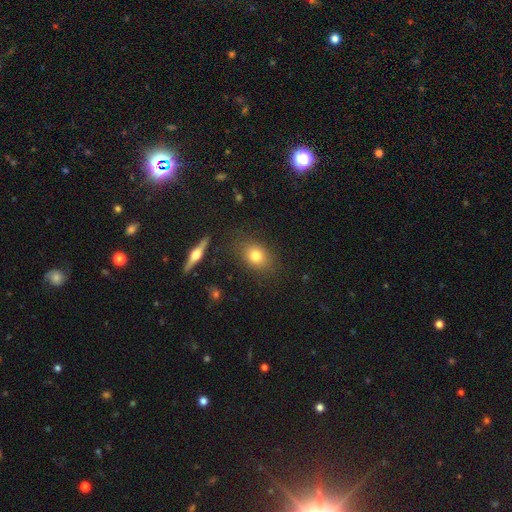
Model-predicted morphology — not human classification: A smooth galaxy with no disk features (76%) that is in between round and cigar-shaped (63%).

Vote fractions:
- Smooth or featured? smooth: 76% / featured or disk: 14% / star or artifact: 10%
- How rounded? in between: 63% / round: 34% / cigar-shaped: 3%
- Merging? none: 82% / minor disturbance: 11% / major disturbance: 4% / merger: 3%